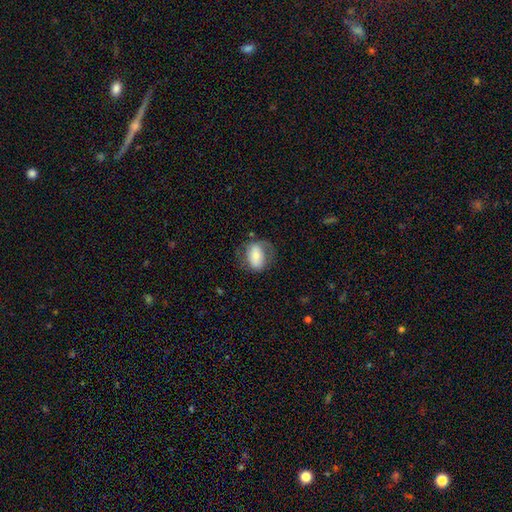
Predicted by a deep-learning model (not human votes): Smooth or featured? smooth (57%)
How rounded? in between (78%)
Merging? none (54%)